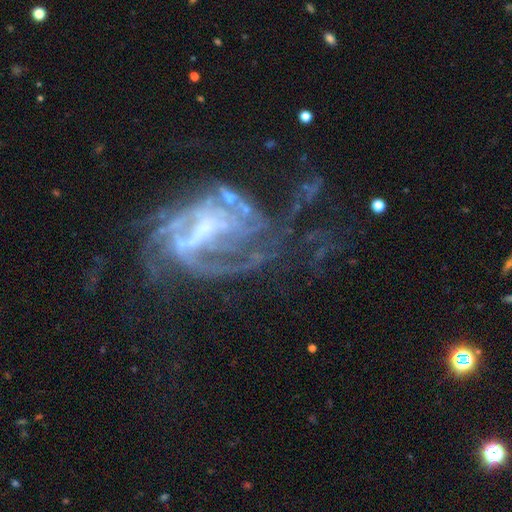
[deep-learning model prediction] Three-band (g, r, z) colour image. It shows a featured or disk galaxy (81%) with a weak bar (39%), medium (40%) spiral arms (81%) and a small central bulge (37%). Merging: major disturbance (44%).